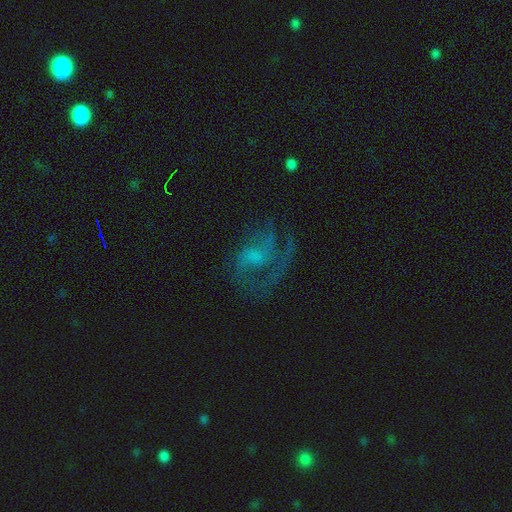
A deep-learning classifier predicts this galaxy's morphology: featured or disk 67%, smooth 19%, star or artifact 15%. Down the decision tree: edge-on disk — no (97%); bar — no (68%); spiral arms — yes (75%); bulge size — none (39%); merging — none (44%).